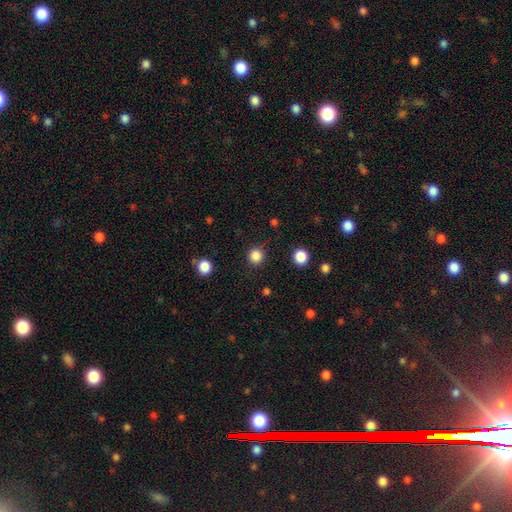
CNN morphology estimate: Smooth or featured? smooth (85%)
How rounded? round (95%)
Merging? none (88%)